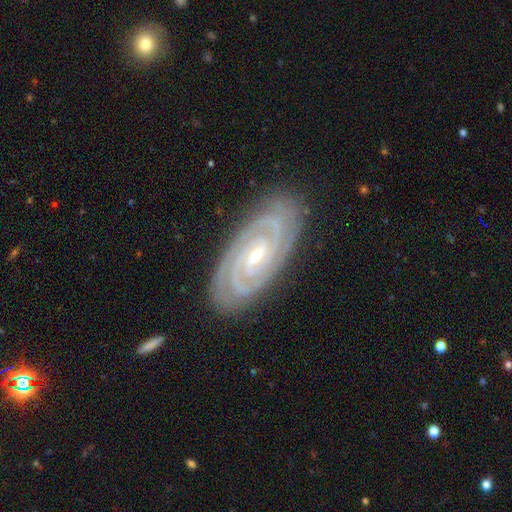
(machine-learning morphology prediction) type=featured or disk (91%); edge-on=no (96%); bar=weak (43%); spiral arms=yes (99%); winding=tight (82%); arm count=2 (71%); bulge=small (64%); merging=none (85%).